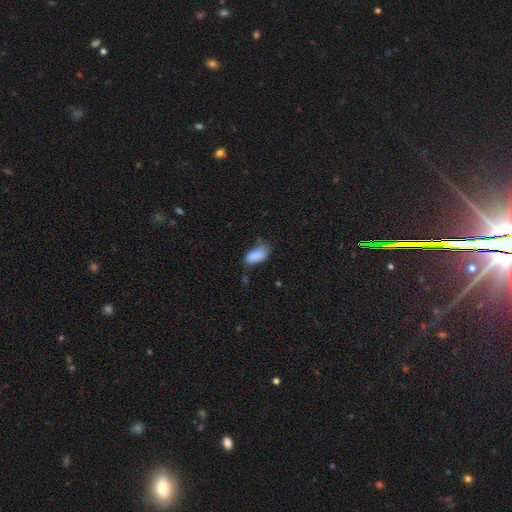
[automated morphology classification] Overall: smooth (85%). How rounded: in between (91%). Merging: none (47%; minor disturbance 35%).